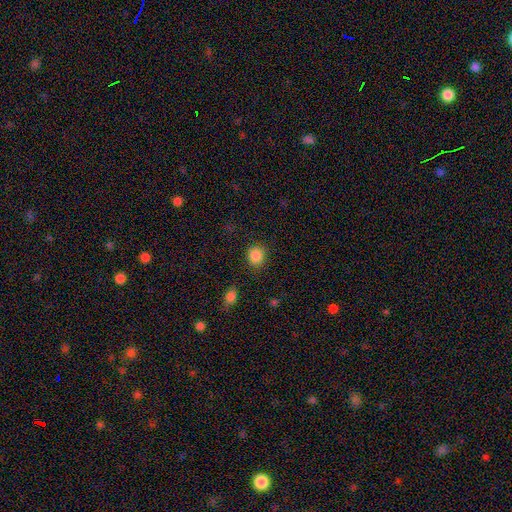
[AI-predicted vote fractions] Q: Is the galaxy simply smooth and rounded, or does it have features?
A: smooth — 86%.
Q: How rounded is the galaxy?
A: round — 79%.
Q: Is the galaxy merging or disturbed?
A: none — 84%.